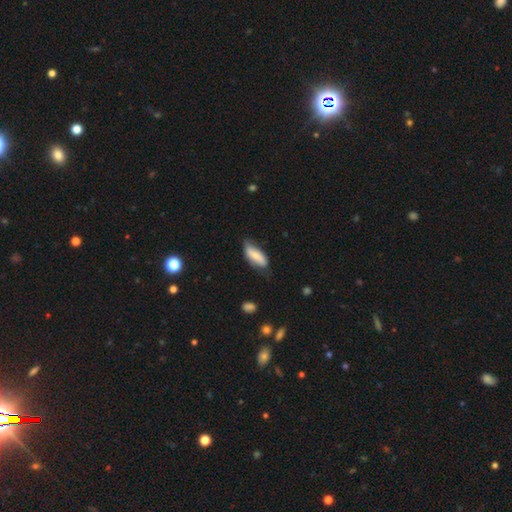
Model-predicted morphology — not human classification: This appears to be a smooth galaxy with no disk features (73%) that is in between round and cigar-shaped (76%). Merging: none (52%).